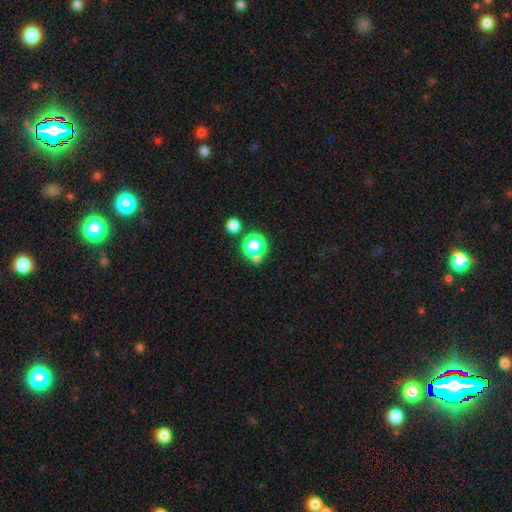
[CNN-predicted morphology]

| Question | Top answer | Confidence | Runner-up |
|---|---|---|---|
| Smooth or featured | star or artifact | 49% | smooth (44%) |